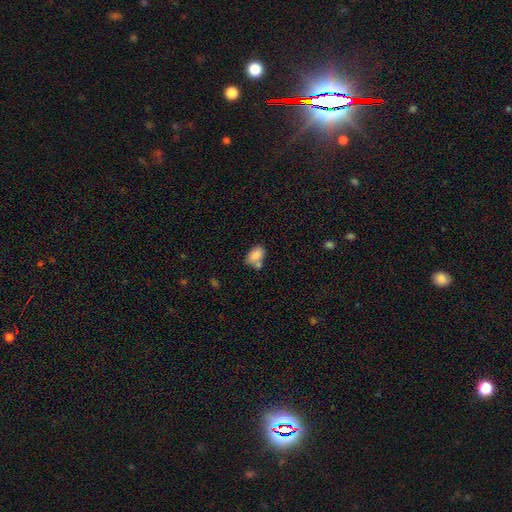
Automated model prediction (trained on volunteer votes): smooth-or-featured: smooth: 83% | star or artifact: 9% | featured or disk: 8%
  how-rounded: in between: 86% | round: 12% | cigar-shaped: 2%
  merging: none: 44% | merger: 35% | minor disturbance: 16% | major disturbance: 5%